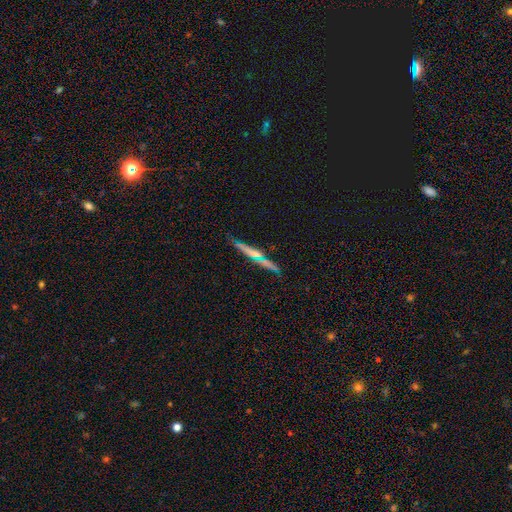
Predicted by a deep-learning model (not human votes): smooth_or_featured: featured or disk (p=0.72) [alt: smooth p=0.18]
disk_edge_on: yes (p=0.96) [alt: no p=0.04]
edge_on_bulge: rounded (p=0.76) [alt: none p=0.17]
merging: none (p=0.81) [alt: minor disturbance p=0.11]